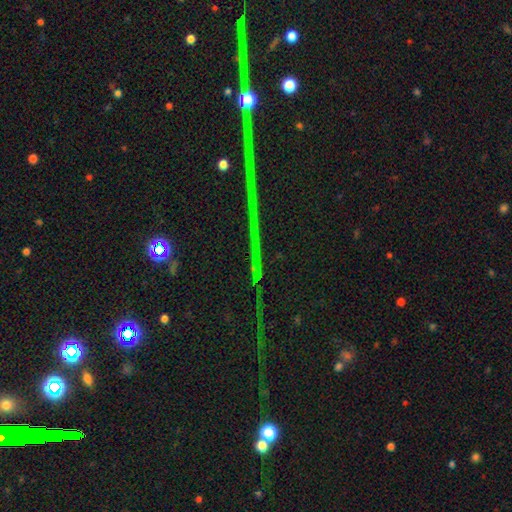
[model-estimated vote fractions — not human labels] This is likely a star or artifact rather than a galaxy (80%).